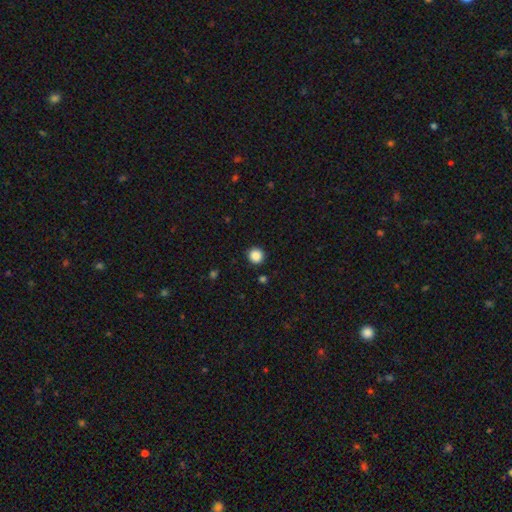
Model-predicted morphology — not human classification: This is clearly a smooth galaxy (87%). How rounded: clearly round (94%). Merging: clearly none (92%).